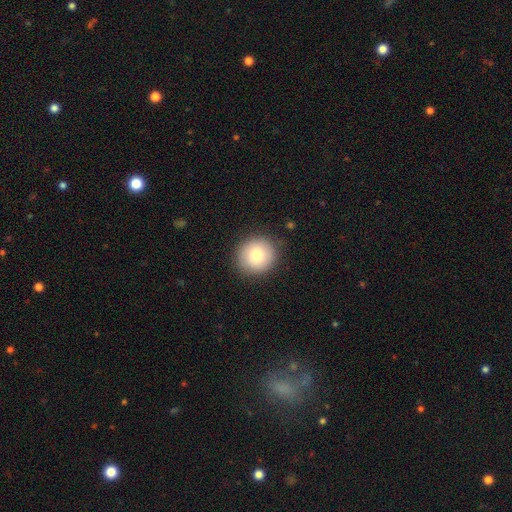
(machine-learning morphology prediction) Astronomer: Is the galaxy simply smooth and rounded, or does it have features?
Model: smooth — 82%.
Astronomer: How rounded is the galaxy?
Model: round — 90%.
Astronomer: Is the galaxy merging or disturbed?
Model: none — 88%.